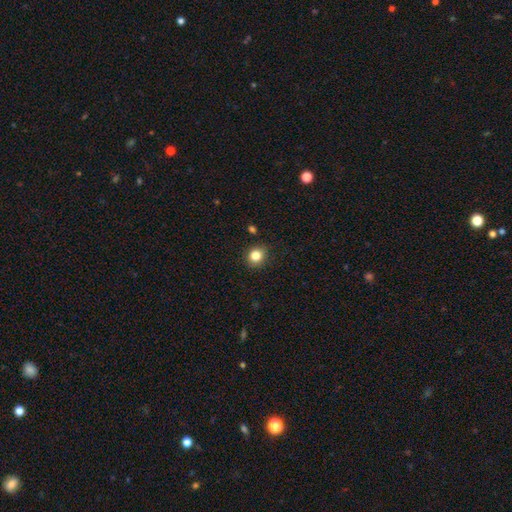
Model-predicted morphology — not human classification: This appears to be a smooth galaxy with no disk features (84%) that is round (80%). Merging: none (87%).